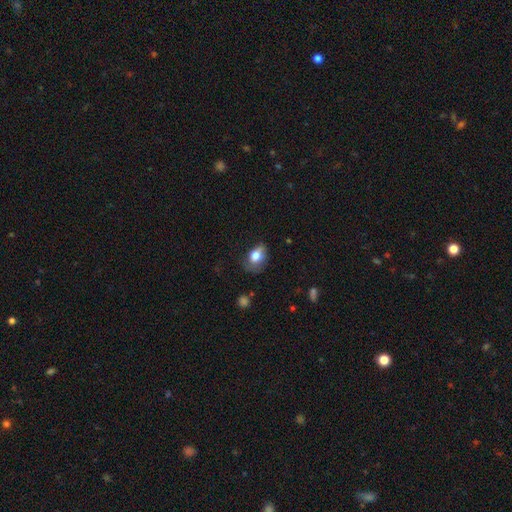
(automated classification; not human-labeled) smooth 76%, featured or disk 15%, star or artifact 9%. Down the decision tree: how rounded — in between (68%); merging — none (44%).